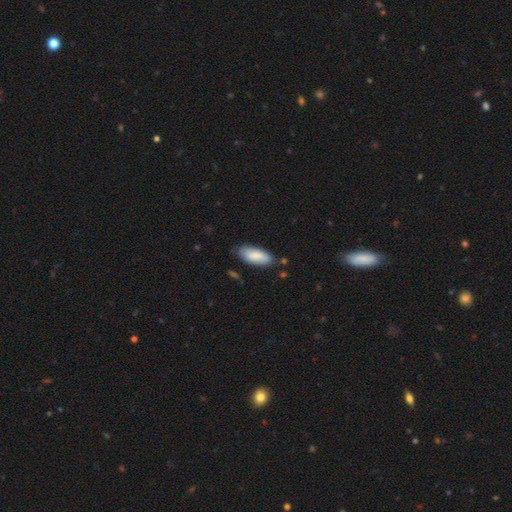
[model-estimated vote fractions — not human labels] Overall: smooth (86%). How rounded: in between (81%). Merging: none (78%).